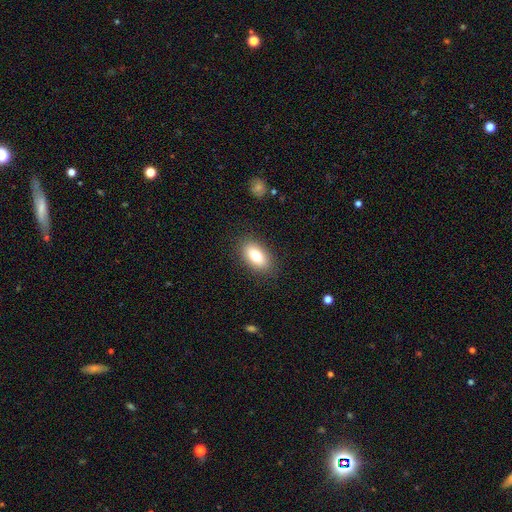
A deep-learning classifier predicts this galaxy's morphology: smooth-or-featured: smooth: 78% | featured or disk: 14% | star or artifact: 8%
  how-rounded: in between: 90% | round: 6% | cigar-shaped: 4%
  merging: none: 87% | minor disturbance: 9% | major disturbance: 3% | merger: 1%